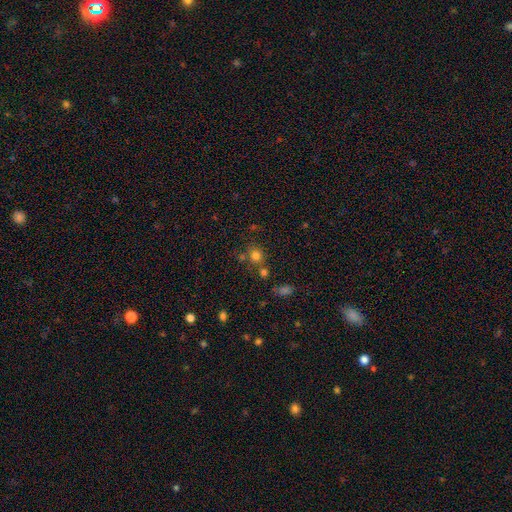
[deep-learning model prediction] smooth_or_featured: smooth (p=0.75) [alt: star or artifact p=0.17]
how_rounded: round (p=0.84) [alt: in between p=0.15]
merging: none (p=0.65) [alt: merger p=0.20]